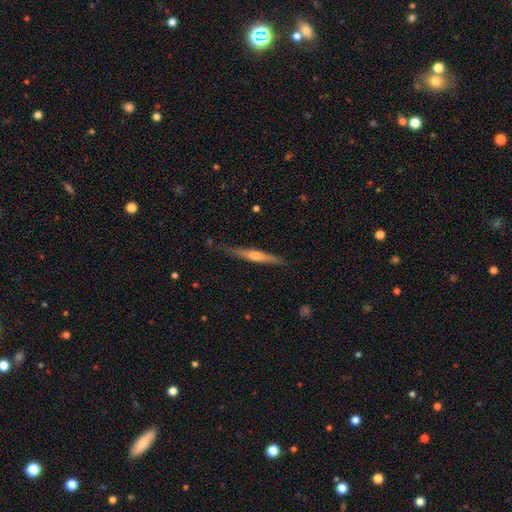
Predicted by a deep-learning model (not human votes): A featured or disk galaxy (54%) viewed edge-on (97%) with a rounded central bulge (65%).

Vote fractions:
- Smooth or featured? featured or disk: 54% / smooth: 40% / star or artifact: 6%
- Edge-on disk? yes: 97% / no: 3%
- Edge-on bulge? rounded: 65% / none: 22% / boxy: 13%
- Merging? none: 78% / minor disturbance: 17% / major disturbance: 3% / merger: 2%